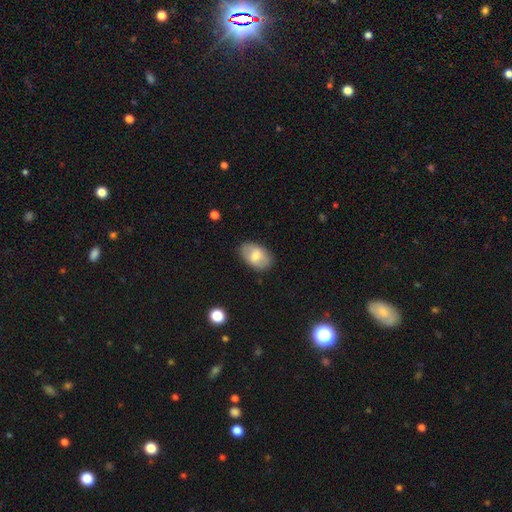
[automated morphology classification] Smooth or featured? Predicted: smooth (p=0.65). How rounded? Predicted: in between (p=0.90). Merging? Predicted: none (p=0.82).